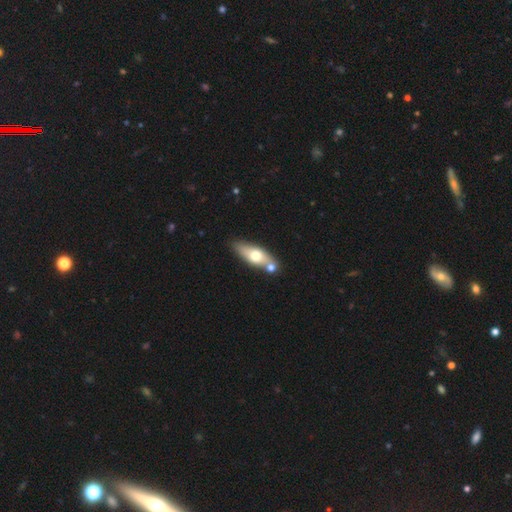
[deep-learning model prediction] smooth 57%, featured or disk 37%, star or artifact 6%. Down the decision tree: how rounded — in between (62%); merging — none (65%).